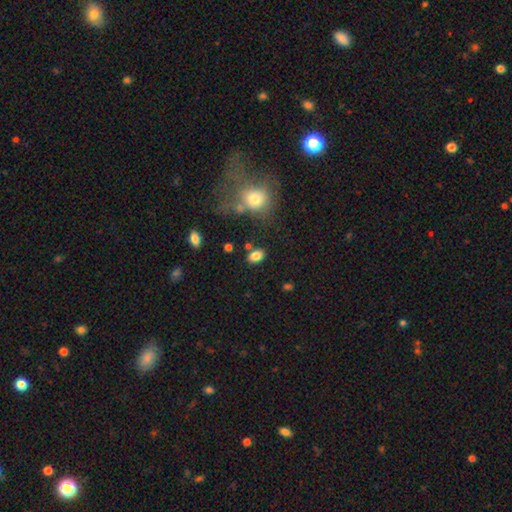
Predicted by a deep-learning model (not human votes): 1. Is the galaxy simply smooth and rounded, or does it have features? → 83% smooth, 10% star or artifact, 7% featured or disk.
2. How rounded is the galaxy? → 83% in between, 15% round, 2% cigar-shaped.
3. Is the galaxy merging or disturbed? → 80% none, 12% minor disturbance, 5% merger, 4% major disturbance.